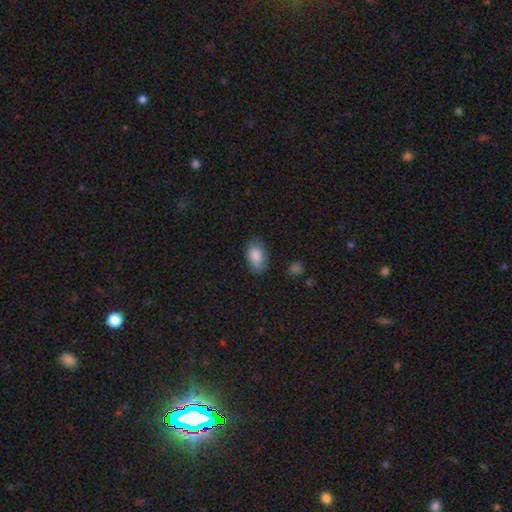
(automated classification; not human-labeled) smooth 86%, star or artifact 7%, featured or disk 7%. Down the decision tree: how rounded — in between (91%); merging — none (77%).